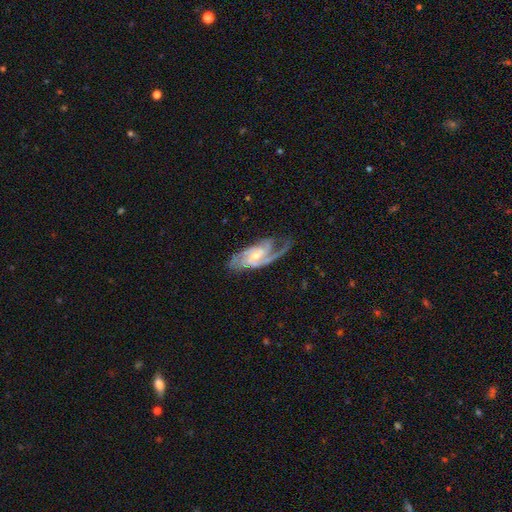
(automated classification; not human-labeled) Smooth or featured? Predicted: featured or disk (p=0.89). Edge-on disk? Predicted: no (p=0.95). Bar? Predicted: no (p=0.47). Spiral arms? Predicted: yes (p=0.98). Spiral winding? Predicted: medium (p=0.47). Spiral arm count? Predicted: 2 (p=0.37). Bulge size? Predicted: small (p=0.51). Merging? Predicted: none (p=0.68).